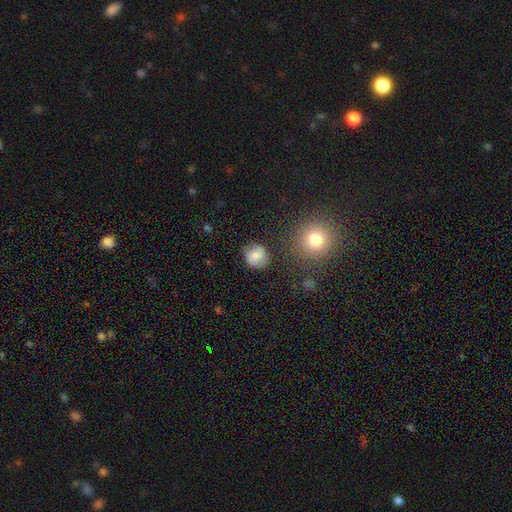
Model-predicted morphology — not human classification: smooth_or_featured: smooth (p=0.75) [alt: featured or disk p=0.15]
how_rounded: round (p=0.86) [alt: in between p=0.13]
merging: none (p=0.77) [alt: minor disturbance p=0.15]